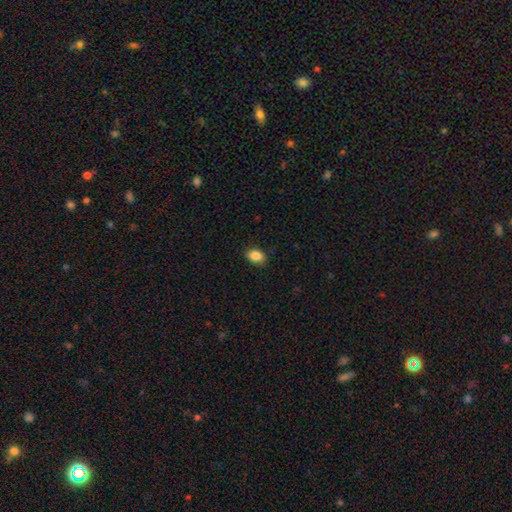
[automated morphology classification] smooth 87%, star or artifact 9%, featured or disk 4%. Down the decision tree: how rounded — in between (71%); merging — none (86%).